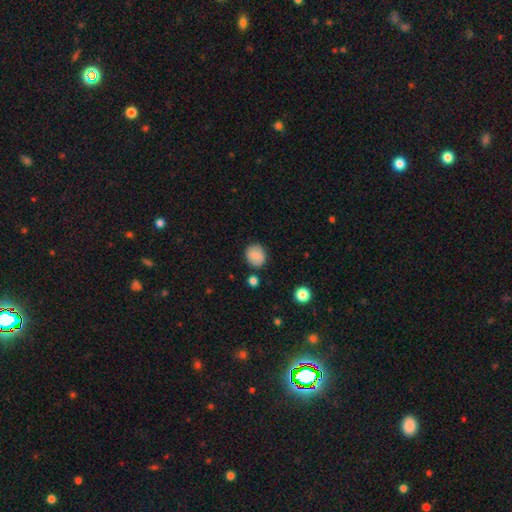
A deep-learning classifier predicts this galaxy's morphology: Smooth or featured: smooth — 78% (featured or disk — 14%)
How rounded: round — 73% (in between — 26%)
Merging: none — 83% (minor disturbance — 11%)